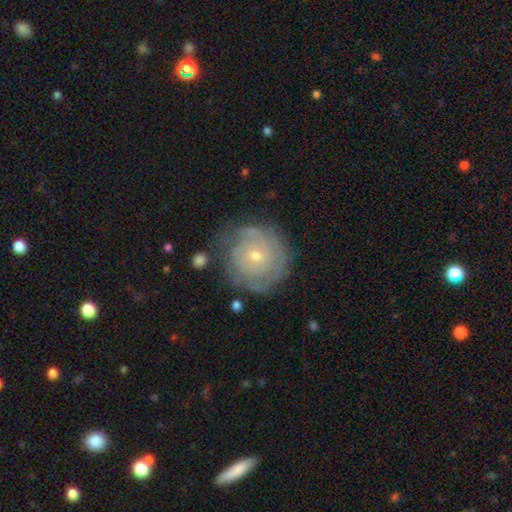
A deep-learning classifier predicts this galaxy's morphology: Smooth or featured?
  - featured or disk: 62% *
  - smooth: 30%
  - star or artifact: 8%
Edge-on disk?
  - no: 97% *
  - yes: 3%
Bar?
  - no: 80% *
  - weak: 17%
  - strong: 3%
Spiral arms?
  - yes: 72% *
  - no: 28%
Bulge size?
  - small: 70% *
  - moderate: 27%
  - large: 1%
  - none: 1%
  - dominant: 1%
Merging?
  - none: 69% *
  - minor disturbance: 20%
  - major disturbance: 8%
  - merger: 3%